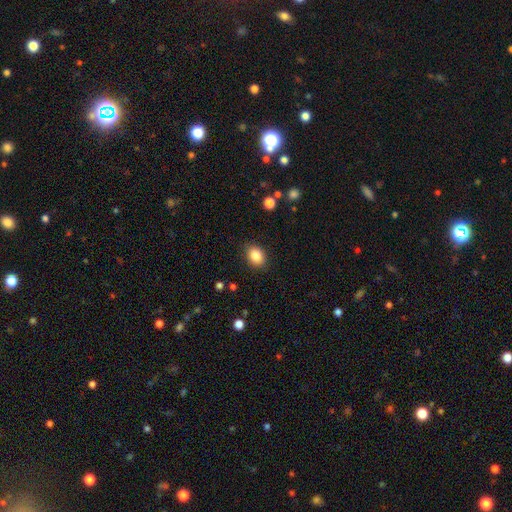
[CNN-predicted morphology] This appears to be a smooth galaxy with no disk features (85%) that is in between round and cigar-shaped (57%). Merging: none (88%).